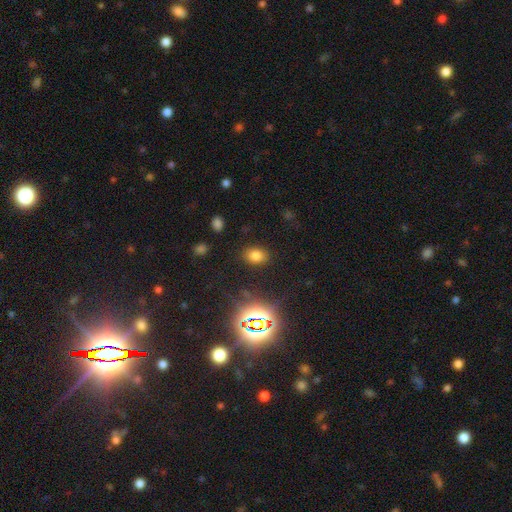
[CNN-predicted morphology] Q: Smooth or featured?
A: smooth (73%); runner-up: star or artifact (20%)
Q: How rounded?
A: in between (76%); runner-up: round (23%)
Q: Merging?
A: none (86%); runner-up: minor disturbance (9%)